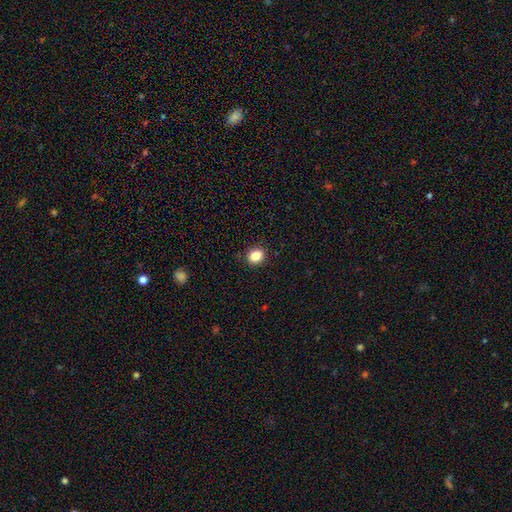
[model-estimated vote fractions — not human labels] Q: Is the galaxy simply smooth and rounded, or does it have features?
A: smooth — 86%.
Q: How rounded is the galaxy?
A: round — 71%.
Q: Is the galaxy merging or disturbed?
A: none — 91%.